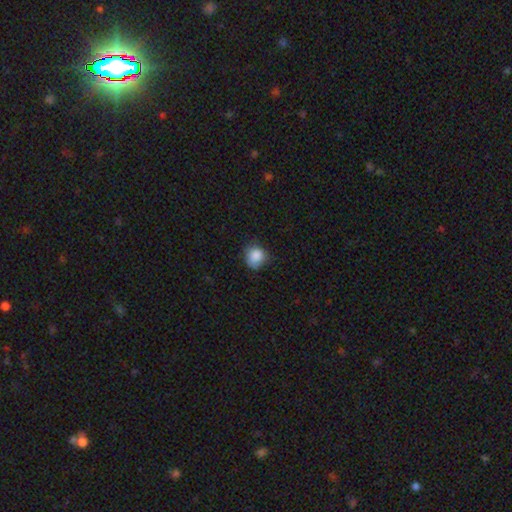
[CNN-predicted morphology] This is clearly a smooth galaxy (86%). How rounded: likely round (78%). Merging: likely none (63%).